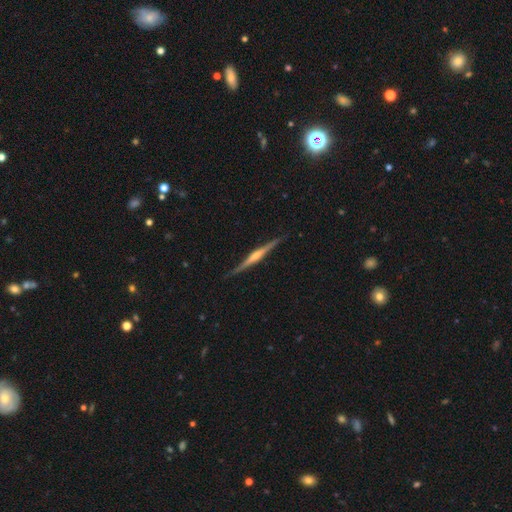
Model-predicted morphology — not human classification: Smooth or featured?
  - featured or disk: 82% *
  - smooth: 13%
  - star or artifact: 5%
Edge-on disk?
  - yes: 98% *
  - no: 2%
Edge-on bulge?
  - rounded: 77% *
  - boxy: 11%
  - none: 11%
Merging?
  - none: 89% *
  - minor disturbance: 8%
  - major disturbance: 2%
  - merger: 1%